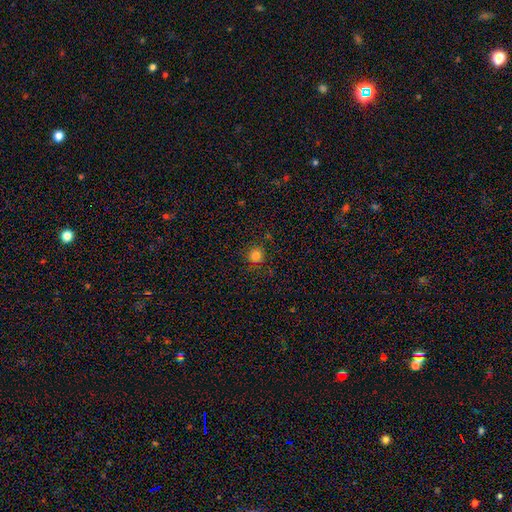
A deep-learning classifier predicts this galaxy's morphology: smooth-or-featured: smooth: 81% | star or artifact: 14% | featured or disk: 5%
  how-rounded: round: 92% | in between: 7% | cigar-shaped: 1%
  merging: none: 85% | minor disturbance: 10% | major disturbance: 4% | merger: 2%